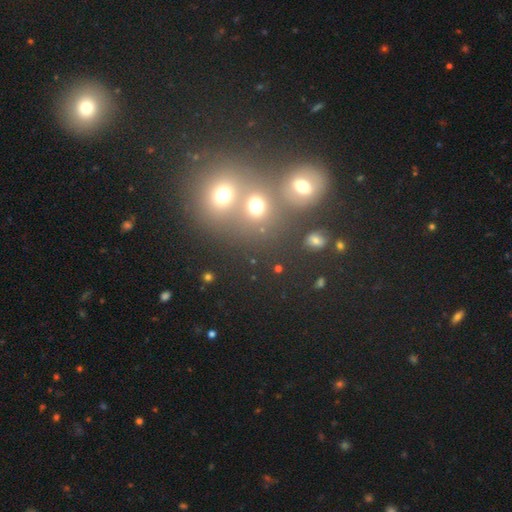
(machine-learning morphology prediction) Smooth or featured? smooth (49%)
Merging? merger (49%)